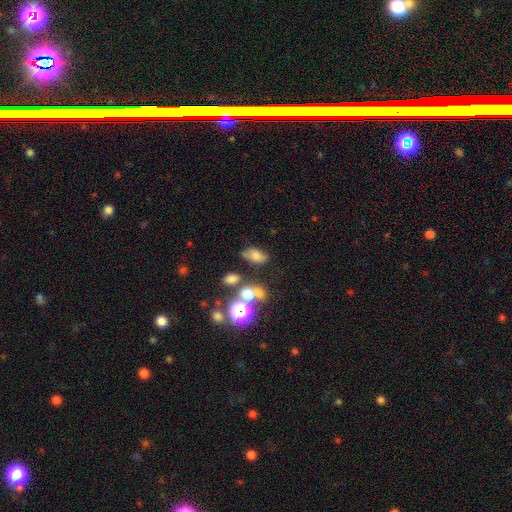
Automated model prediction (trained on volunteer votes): A smooth galaxy with no disk features (64%) that is in between round and cigar-shaped (83%). Merging: none (56%).